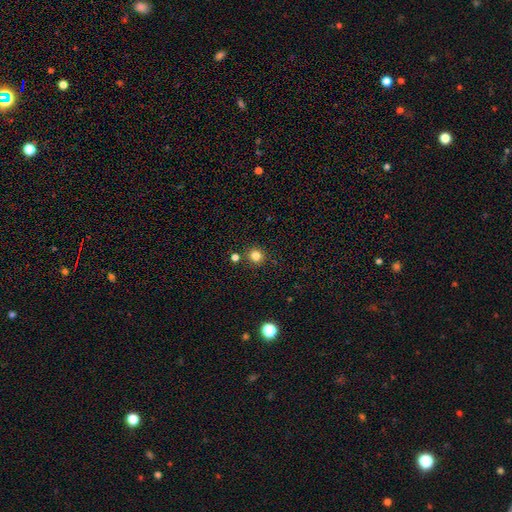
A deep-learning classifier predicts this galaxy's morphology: Overall: smooth (81%). How rounded: round (92%). Merging: none (85%).